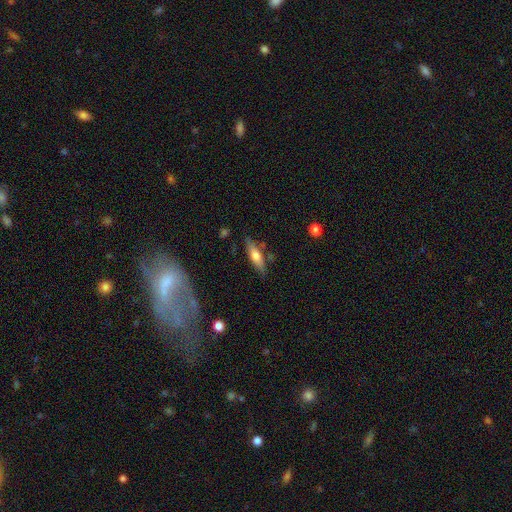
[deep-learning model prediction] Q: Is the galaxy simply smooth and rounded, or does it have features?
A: smooth — 55%.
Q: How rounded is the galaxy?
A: cigar-shaped — 62%.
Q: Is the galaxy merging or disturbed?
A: none — 77%.